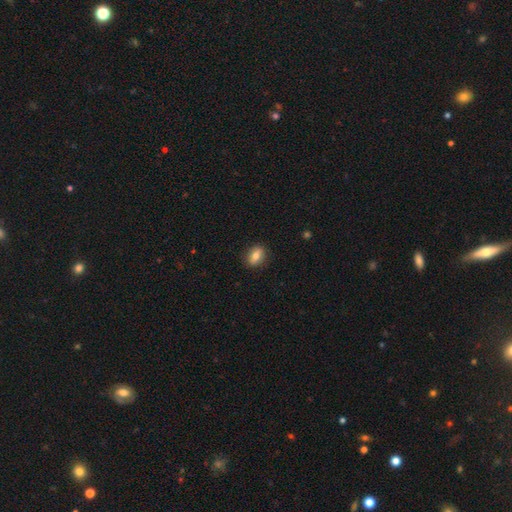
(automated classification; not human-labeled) This is likely a smooth galaxy (76%). How rounded: likely in between (71%). Merging: clearly none (86%).